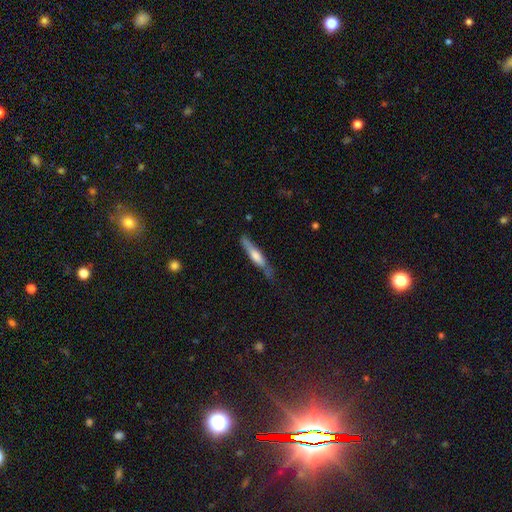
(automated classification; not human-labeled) smooth_or_featured: smooth (p=0.48) [alt: featured or disk p=0.46]
merging: none (p=0.68) [alt: minor disturbance p=0.24]